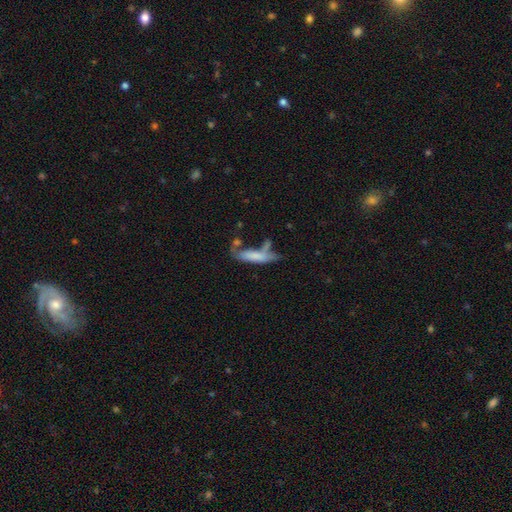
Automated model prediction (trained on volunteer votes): A smooth galaxy with no disk features (67%) that is cigar-shaped (70%).

Vote fractions:
- Smooth or featured? smooth: 67% / featured or disk: 25% / star or artifact: 8%
- How rounded? cigar-shaped: 70% / in between: 28% / round: 2%
- Merging? none: 37% / merger: 25% / minor disturbance: 22% / major disturbance: 16%